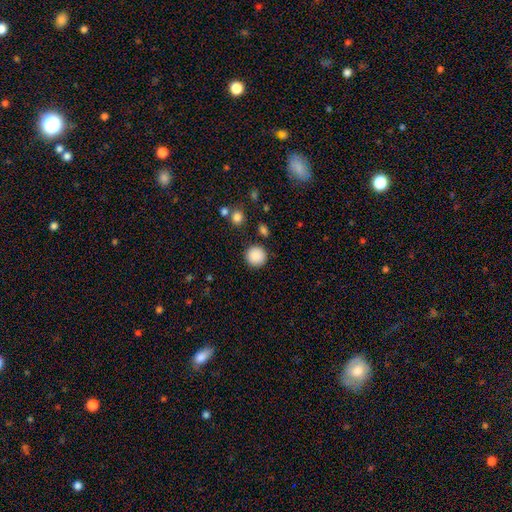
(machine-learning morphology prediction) smooth-or-featured: smooth: 88% | star or artifact: 9% | featured or disk: 3%
  how-rounded: round: 95% | in between: 4% | cigar-shaped: 1%
  merging: none: 89% | minor disturbance: 6% | major disturbance: 2% | merger: 2%